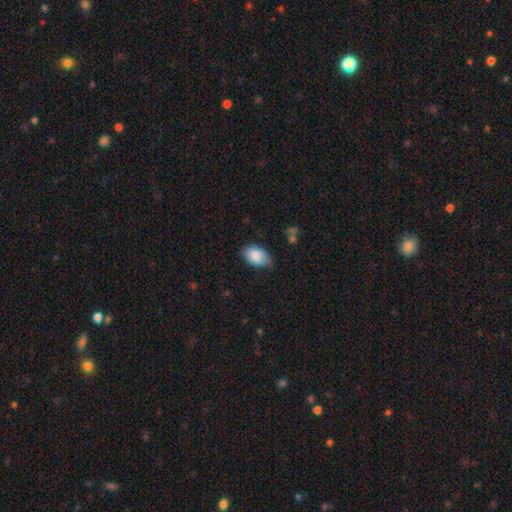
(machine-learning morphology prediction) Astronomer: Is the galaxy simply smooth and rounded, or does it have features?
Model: smooth — 85%.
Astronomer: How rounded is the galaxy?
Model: in between — 91%.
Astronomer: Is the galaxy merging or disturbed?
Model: none — 66%.